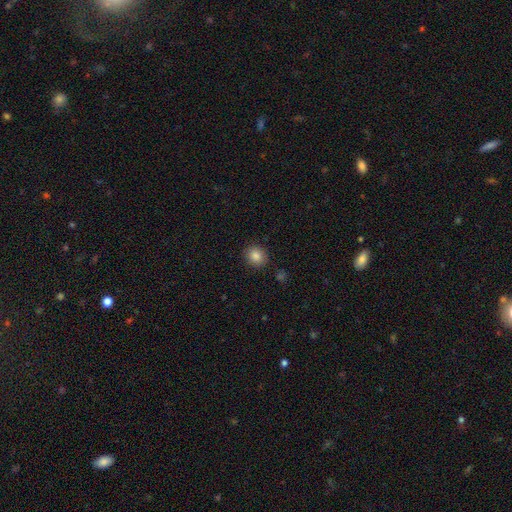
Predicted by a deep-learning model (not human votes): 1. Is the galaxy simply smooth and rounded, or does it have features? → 85% smooth, 10% star or artifact, 5% featured or disk.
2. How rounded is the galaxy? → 80% round, 19% in between, 1% cigar-shaped.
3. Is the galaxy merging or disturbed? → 89% none, 7% minor disturbance, 2% major disturbance, 2% merger.